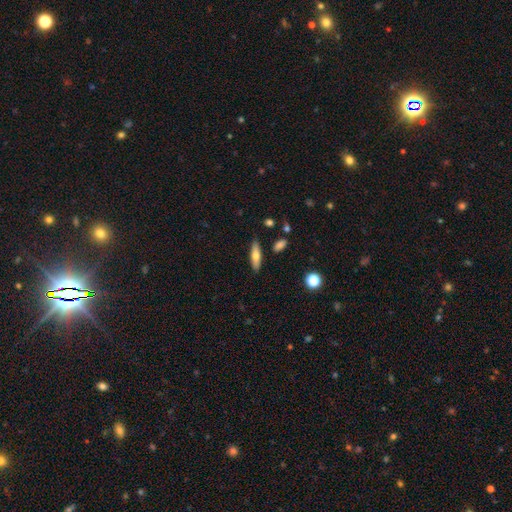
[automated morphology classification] type=smooth (64%); roundness=cigar-shaped (62%); merging=none (85%).